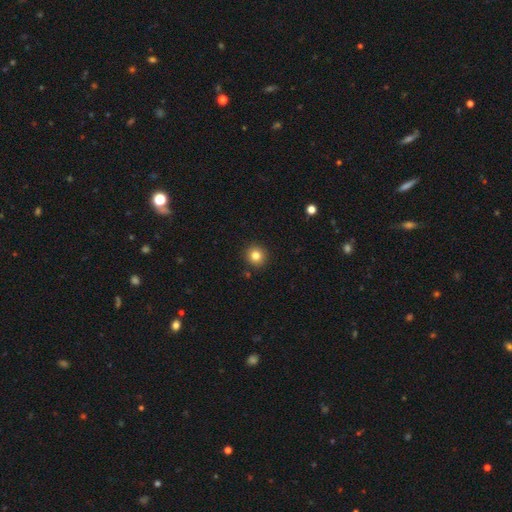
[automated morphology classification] Smooth or featured: smooth — 81% (star or artifact — 12%)
How rounded: round — 93% (in between — 6%)
Merging: none — 91% (minor disturbance — 6%)